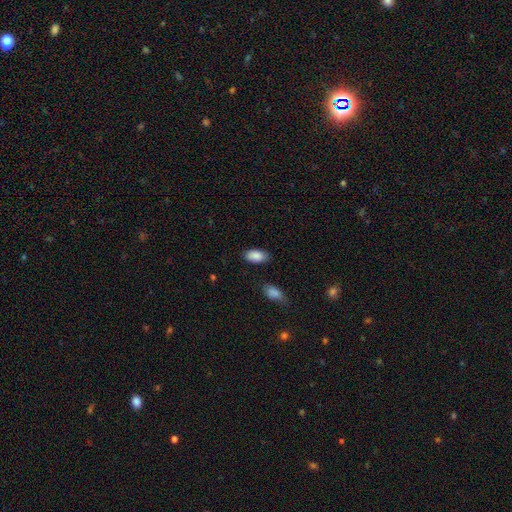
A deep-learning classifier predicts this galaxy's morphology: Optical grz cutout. It shows a smooth galaxy with no disk features (89%) that is in between round and cigar-shaped (94%). Merging: none (83%).